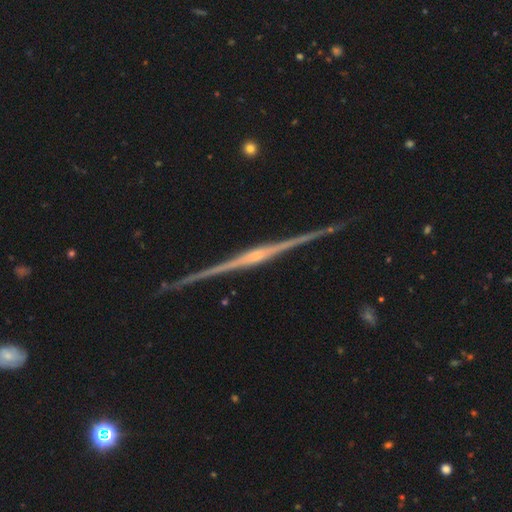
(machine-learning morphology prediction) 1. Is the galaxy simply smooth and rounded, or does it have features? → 90% featured or disk, 6% star or artifact, 5% smooth.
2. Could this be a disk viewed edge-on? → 99% yes, 1% no.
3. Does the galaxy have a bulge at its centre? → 66% rounded, 21% none, 13% boxy.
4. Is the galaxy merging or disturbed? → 92% none, 6% minor disturbance, 1% major disturbance, 1% merger.